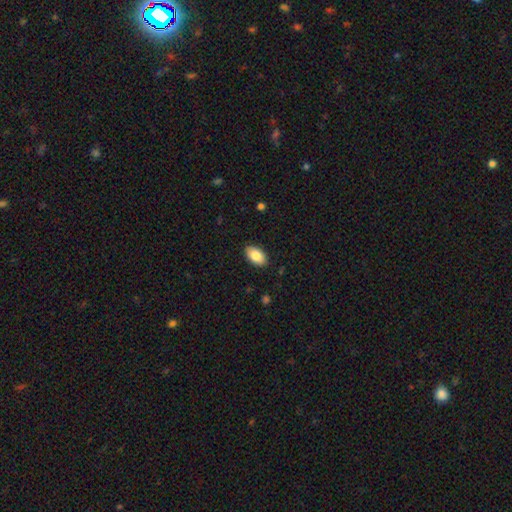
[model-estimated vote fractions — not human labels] Smooth or featured?
  - smooth: 85% *
  - featured or disk: 8%
  - star or artifact: 7%
How rounded?
  - in between: 94% *
  - round: 4%
  - cigar-shaped: 2%
Merging?
  - none: 89% *
  - minor disturbance: 8%
  - major disturbance: 2%
  - merger: 1%